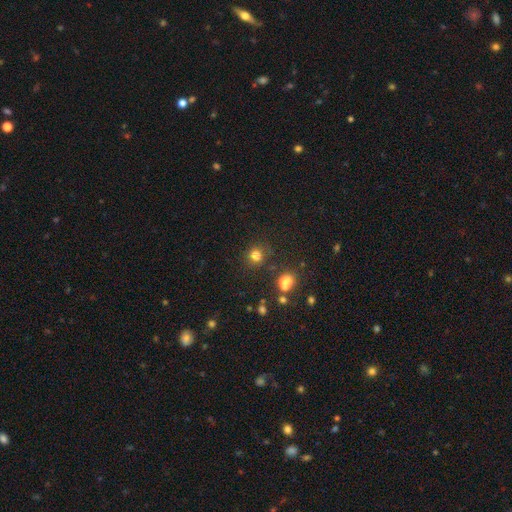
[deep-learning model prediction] smooth_or_featured: smooth (p=0.78) [alt: star or artifact p=0.16]
how_rounded: round (p=0.87) [alt: in between p=0.12]
merging: none (p=0.81) [alt: minor disturbance p=0.10]